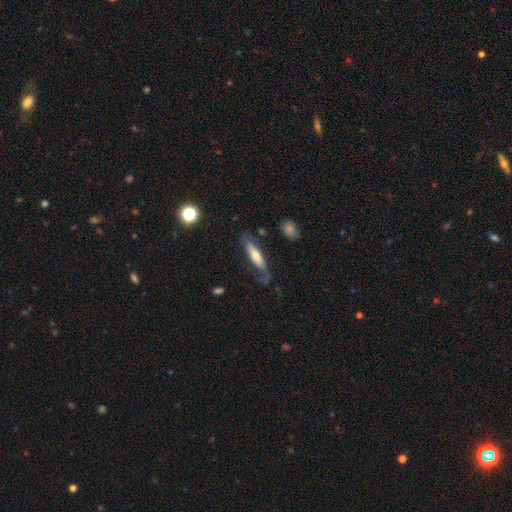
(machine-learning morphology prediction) type=featured or disk (51%); edge-on=yes (52%); merging=none (57%).